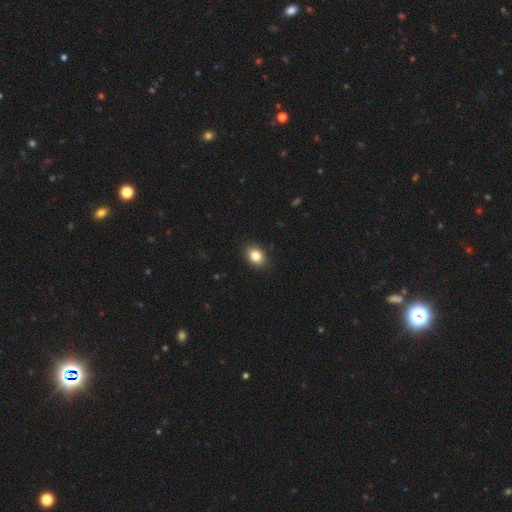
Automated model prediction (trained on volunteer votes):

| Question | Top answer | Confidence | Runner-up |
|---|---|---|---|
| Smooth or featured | smooth | 84% | star or artifact (10%) |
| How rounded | in between | 65% | round (34%) |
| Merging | none | 89% | minor disturbance (8%) |